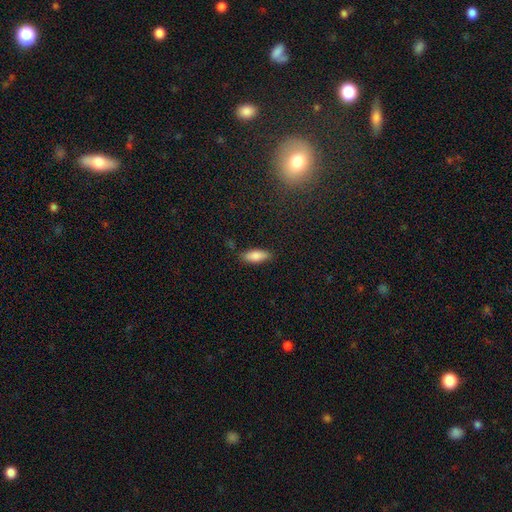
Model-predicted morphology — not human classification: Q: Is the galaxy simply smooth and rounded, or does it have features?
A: smooth — 84%.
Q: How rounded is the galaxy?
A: in between — 73%.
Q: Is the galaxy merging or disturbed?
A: none — 82%.